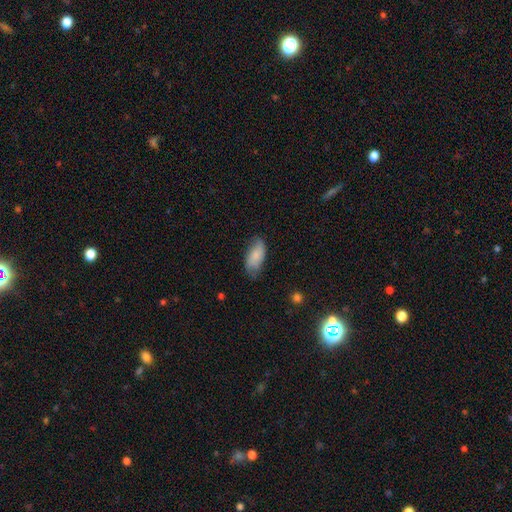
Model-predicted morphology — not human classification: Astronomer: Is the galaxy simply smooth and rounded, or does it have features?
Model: smooth — 70%.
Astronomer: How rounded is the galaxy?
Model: in between — 89%.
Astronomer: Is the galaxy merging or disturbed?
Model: none — 63%.